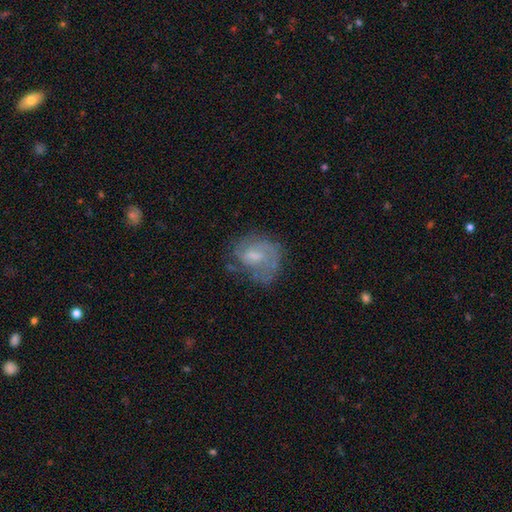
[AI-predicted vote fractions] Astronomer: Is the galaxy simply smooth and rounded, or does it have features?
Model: featured or disk — 59%.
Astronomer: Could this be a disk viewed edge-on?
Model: no — 97%.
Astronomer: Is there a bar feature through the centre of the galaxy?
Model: weak — 51% (runner-up: no, 39%).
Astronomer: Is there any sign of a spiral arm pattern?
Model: yes — 71%.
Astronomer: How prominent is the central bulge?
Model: small — 36% (runner-up: moderate, 35%).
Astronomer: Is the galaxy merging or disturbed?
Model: none — 50% (runner-up: minor disturbance, 25%).